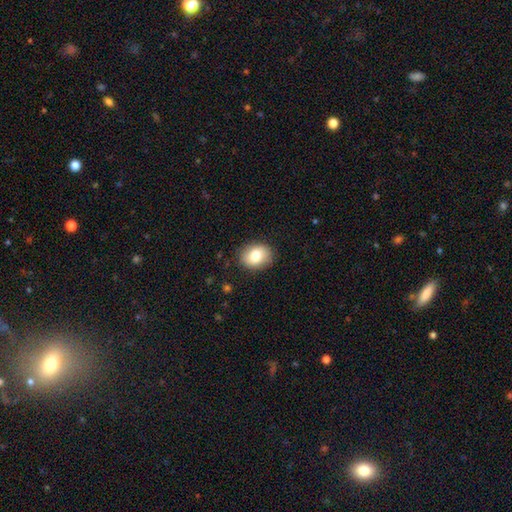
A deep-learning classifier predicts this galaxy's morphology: Smooth or featured?
  - smooth: 80% *
  - featured or disk: 12%
  - star or artifact: 8%
How rounded?
  - in between: 60% *
  - round: 39%
  - cigar-shaped: 1%
Merging?
  - none: 87% *
  - minor disturbance: 10%
  - major disturbance: 2%
  - merger: 1%